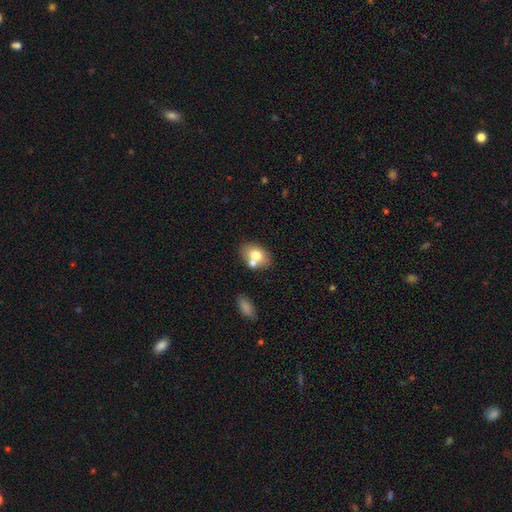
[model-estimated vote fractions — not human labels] Smooth or featured? Predicted: smooth (p=0.72). How rounded? Predicted: in between (p=0.77). Merging? Predicted: none (p=0.57).